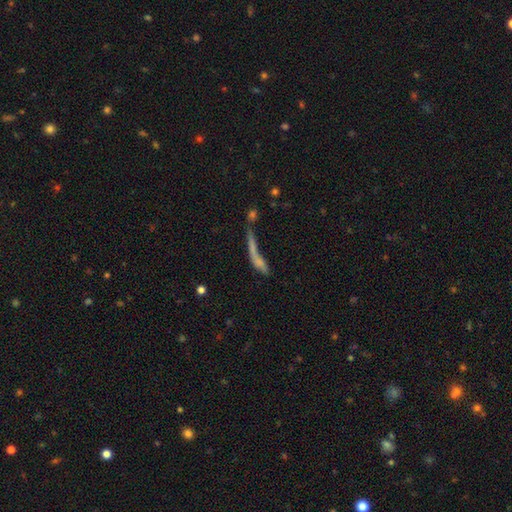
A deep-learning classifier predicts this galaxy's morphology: A smooth galaxy with no disk features (45%).

Vote fractions:
- Smooth or featured? smooth: 45% / featured or disk: 35% / star or artifact: 19%
- Merging? merger: 33% / none: 27% / major disturbance: 26% / minor disturbance: 13%